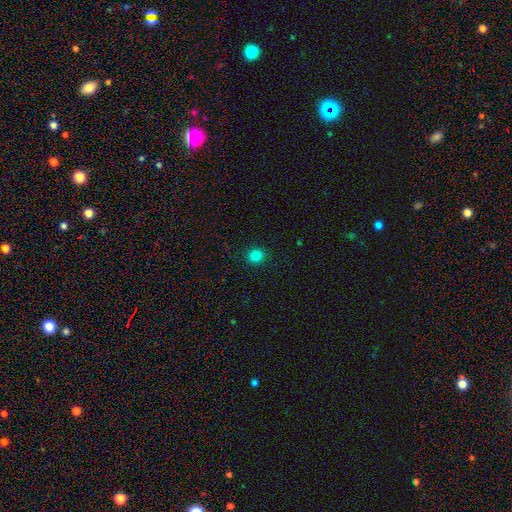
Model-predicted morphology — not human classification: Smooth or featured? smooth (83%)
How rounded? round (92%)
Merging? none (92%)